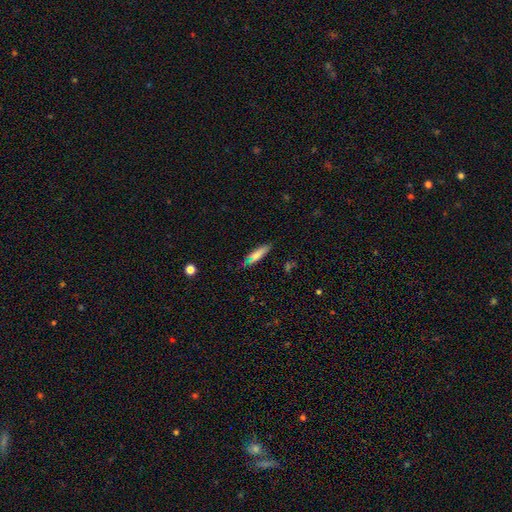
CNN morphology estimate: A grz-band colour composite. It shows a smooth galaxy with no disk features (76%) that is cigar-shaped (71%). Merging: none (76%).